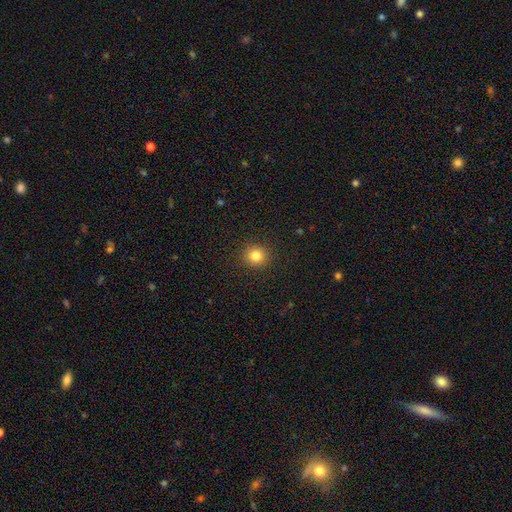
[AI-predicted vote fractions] Smooth or featured: smooth — 82% (star or artifact — 12%)
How rounded: round — 92% (in between — 7%)
Merging: none — 91% (minor disturbance — 5%)